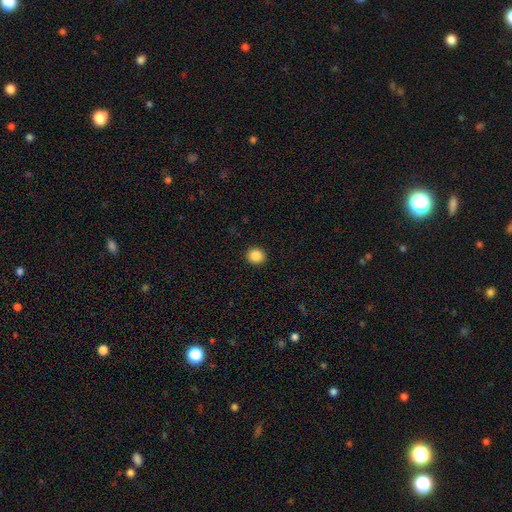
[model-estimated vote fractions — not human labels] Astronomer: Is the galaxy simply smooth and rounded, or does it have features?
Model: smooth — 86%.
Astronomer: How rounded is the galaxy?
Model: round — 91%.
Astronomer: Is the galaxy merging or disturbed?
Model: none — 93%.